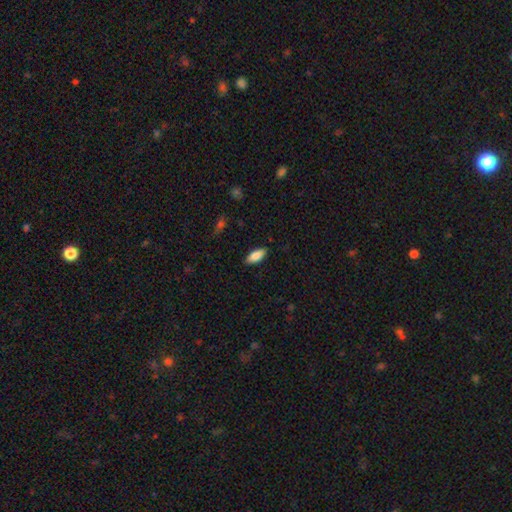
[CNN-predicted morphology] This is clearly a smooth galaxy (84%). How rounded: clearly in between (83%). Merging: clearly none (87%).